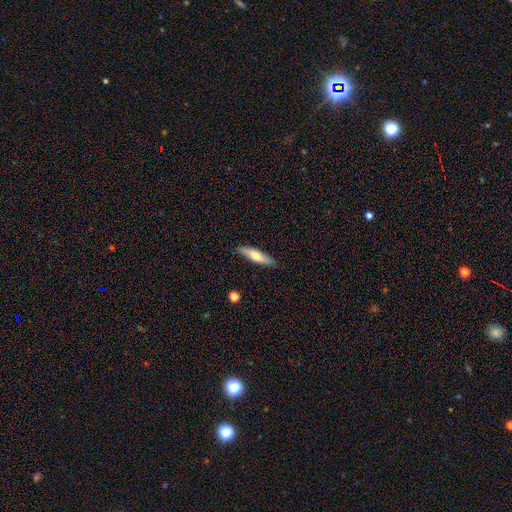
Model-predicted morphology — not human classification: type=smooth (63%); roundness=cigar-shaped (73%); merging=none (86%).